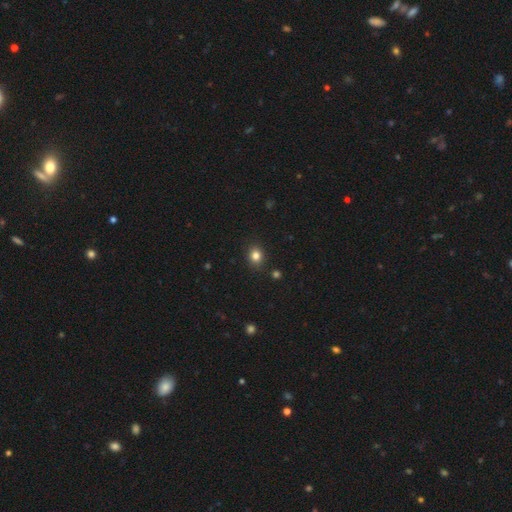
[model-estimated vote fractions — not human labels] smooth-or-featured: smooth: 82% | star or artifact: 12% | featured or disk: 6%
  how-rounded: round: 65% | in between: 34% | cigar-shaped: 1%
  merging: none: 88% | minor disturbance: 8% | major disturbance: 2% | merger: 2%